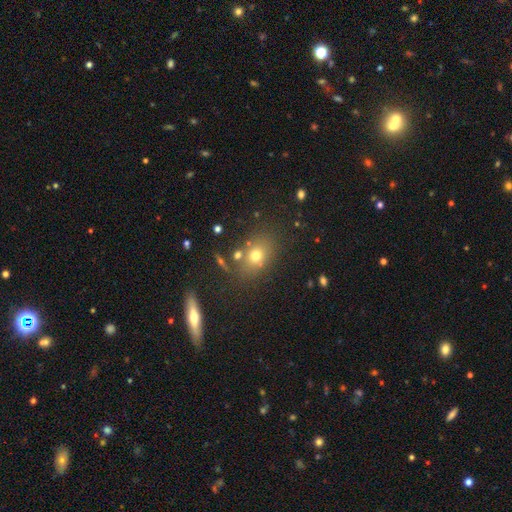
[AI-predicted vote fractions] Morphology: type=smooth (69%); roundness=in between (57%); merging=none (73%).